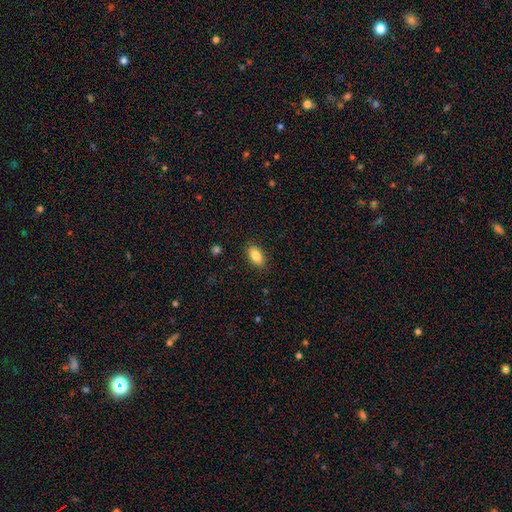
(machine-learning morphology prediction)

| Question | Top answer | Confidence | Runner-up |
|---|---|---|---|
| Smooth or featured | smooth | 85% | featured or disk (8%) |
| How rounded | in between | 91% | cigar-shaped (5%) |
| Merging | none | 88% | minor disturbance (9%) |